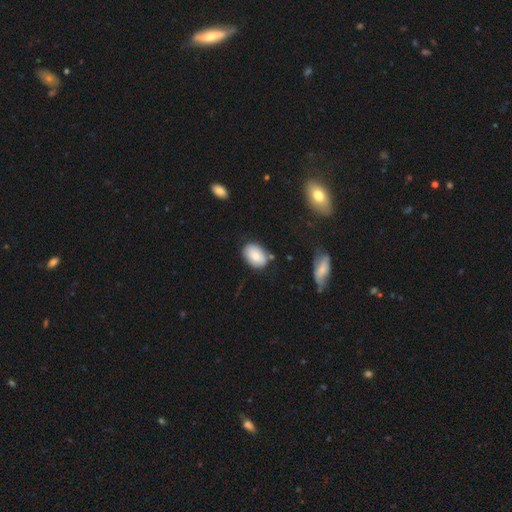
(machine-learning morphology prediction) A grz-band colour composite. It shows a smooth galaxy with no disk features (80%) that is in between round and cigar-shaped (86%). Merging: none (73%).